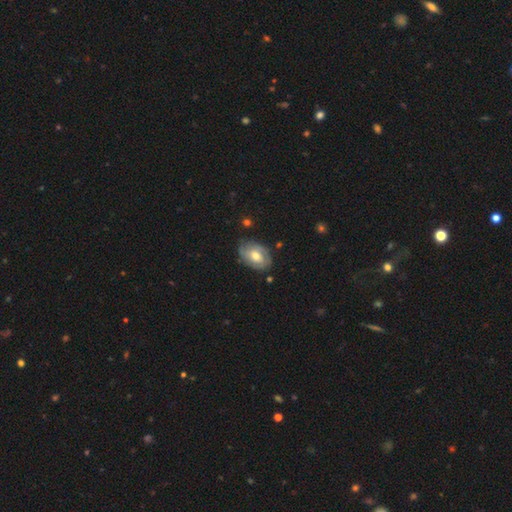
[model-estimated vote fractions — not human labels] Smooth or featured? featured or disk (59%)
Edge-on disk? no (95%)
Bar? no (62%)
Spiral arms? yes (74%)
Bulge size? moderate (72%)
Merging? none (73%)